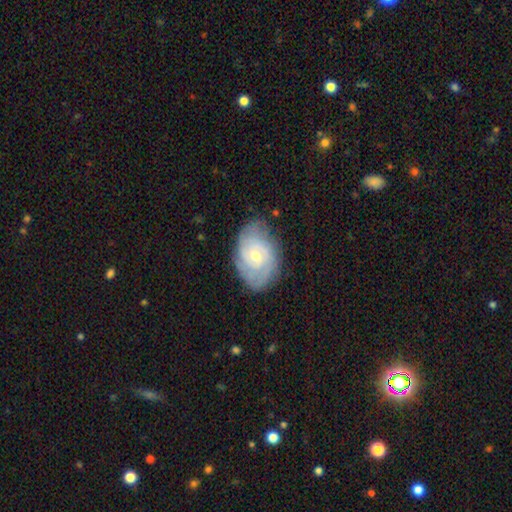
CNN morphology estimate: The model was most divided on "bulge size": small: 49%, moderate: 48%, large: 2%, none: 1%, dominant: 1%. Remaining: edge-on disk — no (96%); spiral arms — yes (88%); merging — none (73%); smooth or featured — featured or disk (73%); spiral winding — tight (69%); bar — no (65%); spiral arm count — can't tell (44%).